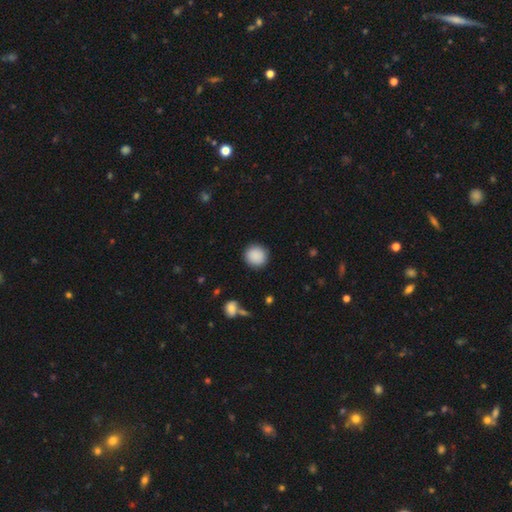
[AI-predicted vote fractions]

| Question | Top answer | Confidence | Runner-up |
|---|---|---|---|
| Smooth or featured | smooth | 90% | star or artifact (7%) |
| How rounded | round | 91% | in between (8%) |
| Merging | none | 91% | minor disturbance (6%) |